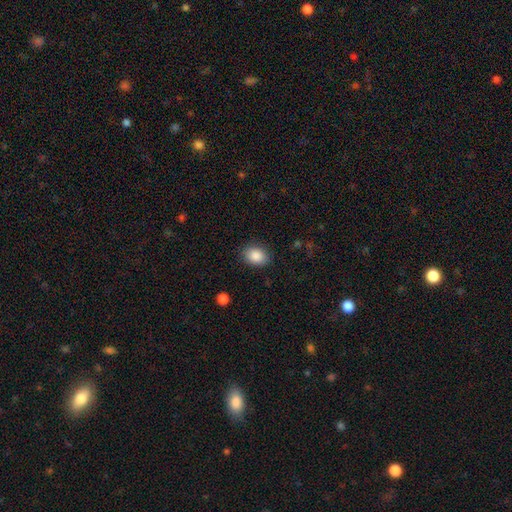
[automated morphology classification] smooth 88%, star or artifact 8%, featured or disk 4%. Down the decision tree: how rounded — in between (72%); merging — none (86%).